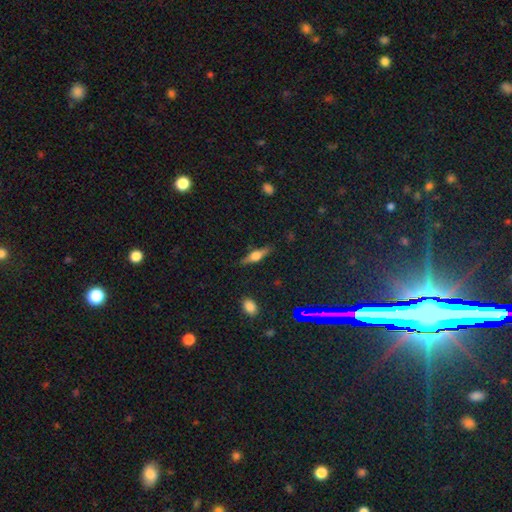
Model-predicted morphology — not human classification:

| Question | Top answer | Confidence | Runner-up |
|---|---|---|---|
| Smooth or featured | featured or disk | 58% | smooth (32%) |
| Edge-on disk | yes | 95% | no (5%) |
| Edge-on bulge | rounded | 86% | boxy (12%) |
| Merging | none | 85% | minor disturbance (10%) |